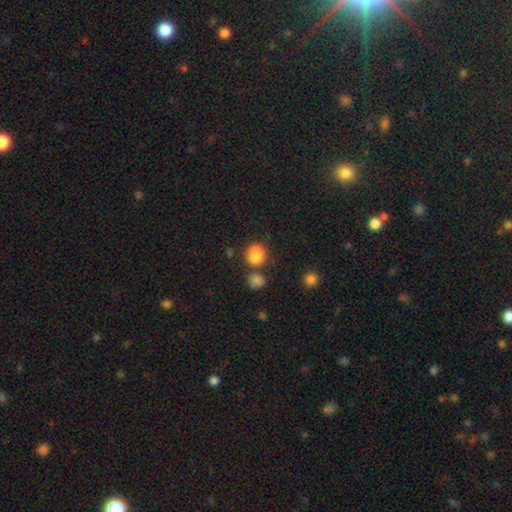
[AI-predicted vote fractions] The model was most divided on "merging": none: 49%, merger: 26%, minor disturbance: 17%, major disturbance: 7%. More confident: smooth or featured — smooth (79%); how rounded — round (74%).